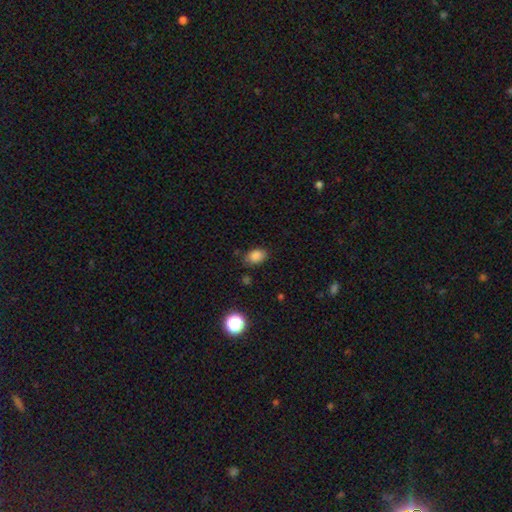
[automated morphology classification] type=smooth (84%); roundness=in between (81%); merging=none (79%).